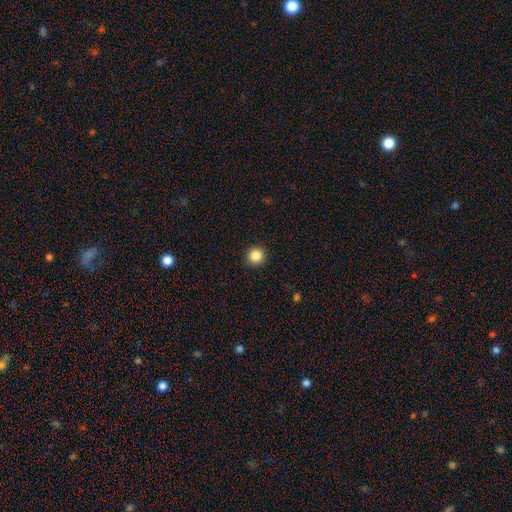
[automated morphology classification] Smooth or featured: smooth — 86% (star or artifact — 10%)
How rounded: round — 93% (in between — 6%)
Merging: none — 93% (minor disturbance — 5%)